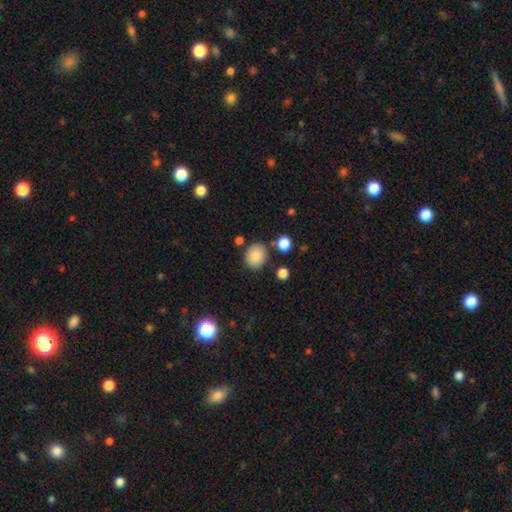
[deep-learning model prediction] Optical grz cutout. It shows a smooth galaxy with no disk features (85%) that is round (73%). Merging: none (80%).